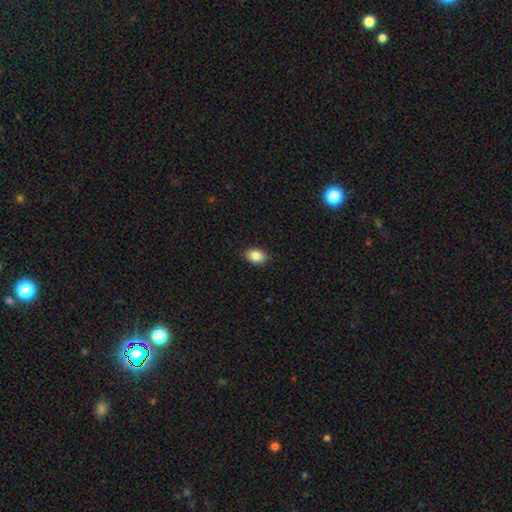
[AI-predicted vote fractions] Q: Smooth or featured?
A: smooth (85%); runner-up: star or artifact (8%)
Q: How rounded?
A: in between (83%); runner-up: round (16%)
Q: Merging?
A: none (89%); runner-up: minor disturbance (8%)